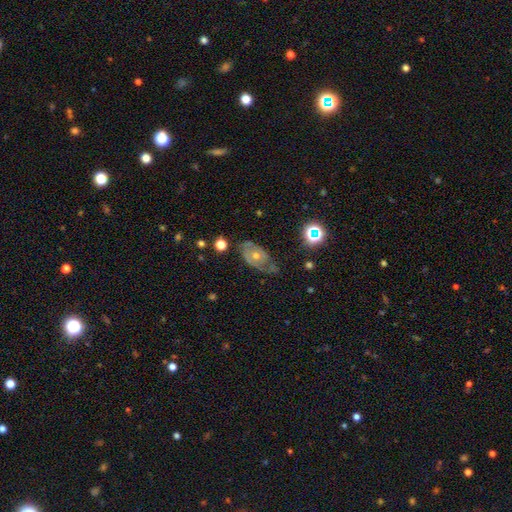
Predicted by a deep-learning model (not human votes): featured or disk 65%, smooth 23%, star or artifact 12%. Down the decision tree: edge-on disk — no (92%); bar — no (84%); spiral arms — yes (60%); bulge size — moderate (50%); merging — none (53%).